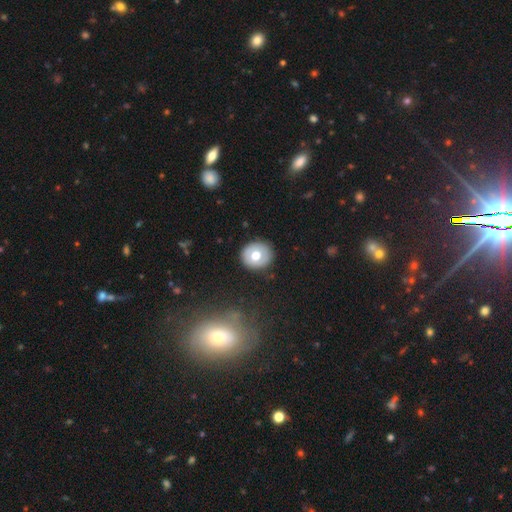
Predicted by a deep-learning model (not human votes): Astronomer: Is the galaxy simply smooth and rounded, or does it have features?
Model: smooth — 61%.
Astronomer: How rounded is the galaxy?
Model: round — 81%.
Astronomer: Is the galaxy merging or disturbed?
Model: none — 88%.